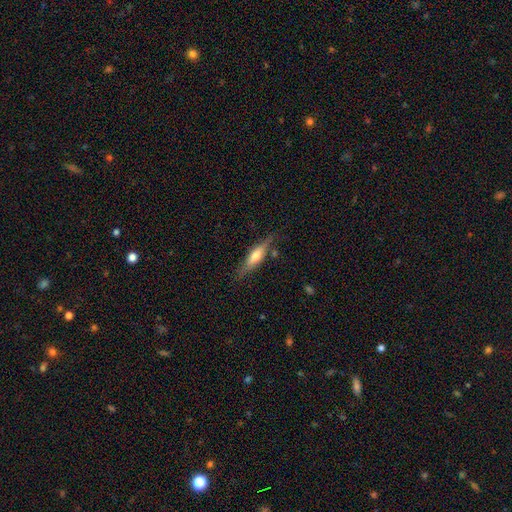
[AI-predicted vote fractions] The model was most divided on "smooth or featured": featured or disk: 48%, smooth: 46%, star or artifact: 6%. More confident: merging — none (75%).